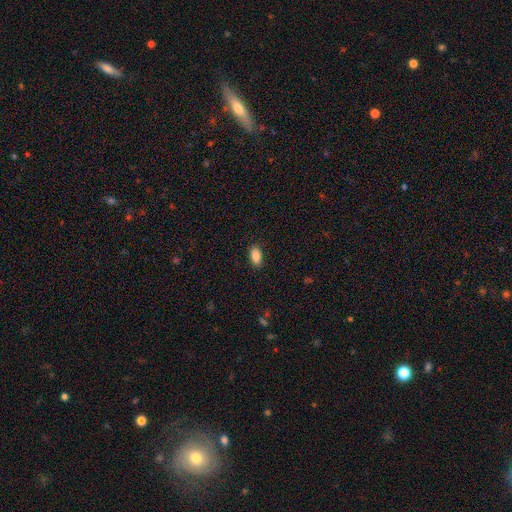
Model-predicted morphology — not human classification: A smooth galaxy with no disk features (88%) that is in between round and cigar-shaped (92%). Merging: none (89%).